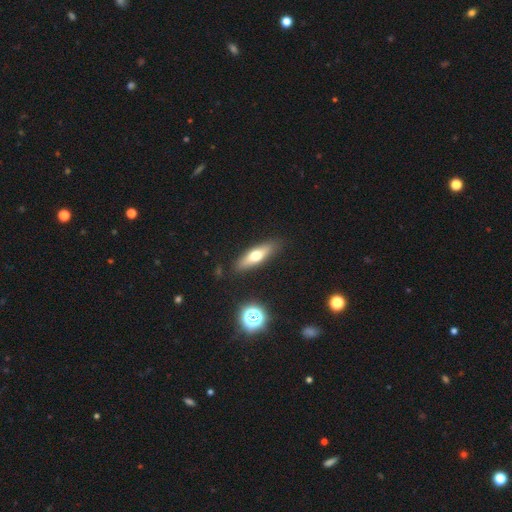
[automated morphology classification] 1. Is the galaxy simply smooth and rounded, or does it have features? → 54% smooth, 39% featured or disk, 7% star or artifact.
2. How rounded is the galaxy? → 60% cigar-shaped, 37% in between, 3% round.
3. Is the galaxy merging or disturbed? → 87% none, 9% minor disturbance, 2% major disturbance, 2% merger.